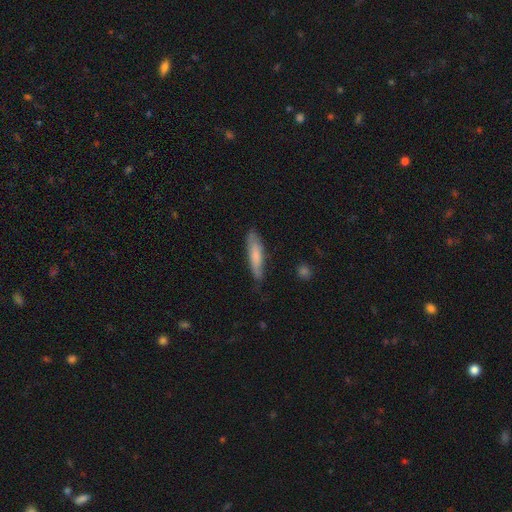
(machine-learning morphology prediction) Smooth or featured?
  - smooth: 70% *
  - featured or disk: 25%
  - star or artifact: 6%
How rounded?
  - cigar-shaped: 77% *
  - in between: 21%
  - round: 2%
Merging?
  - none: 71% *
  - minor disturbance: 23%
  - major disturbance: 5%
  - merger: 2%